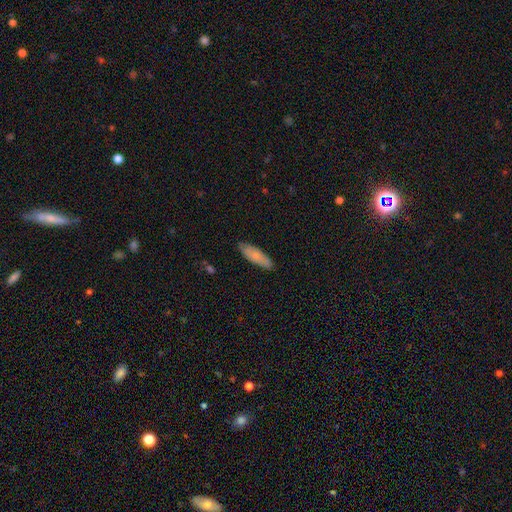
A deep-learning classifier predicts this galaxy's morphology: type=smooth (75%); roundness=cigar-shaped (49%, tied with in between); merging=none (84%).